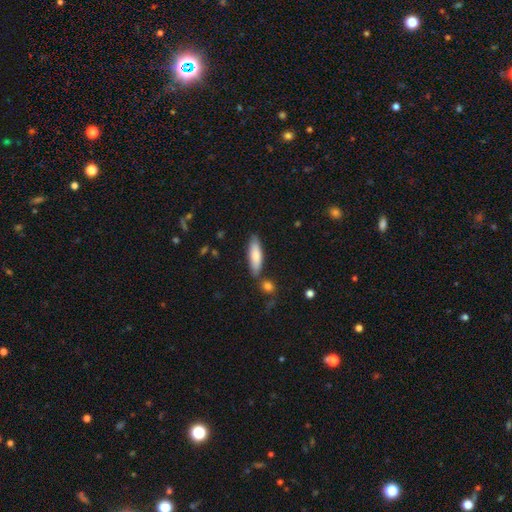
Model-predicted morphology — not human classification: The model was most divided on "how rounded": cigar-shaped: 57%, in between: 41%, round: 2%. More confident: smooth or featured — smooth (79%); merging — none (78%).